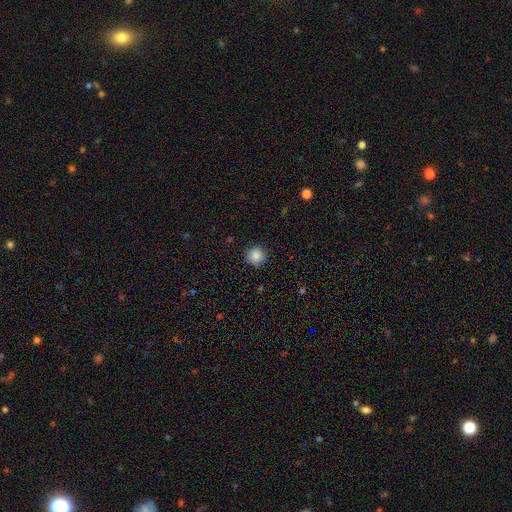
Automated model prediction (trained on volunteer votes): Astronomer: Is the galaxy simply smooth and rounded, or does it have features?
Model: smooth — 86%.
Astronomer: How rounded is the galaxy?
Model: round — 95%.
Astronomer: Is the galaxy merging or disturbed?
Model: none — 91%.